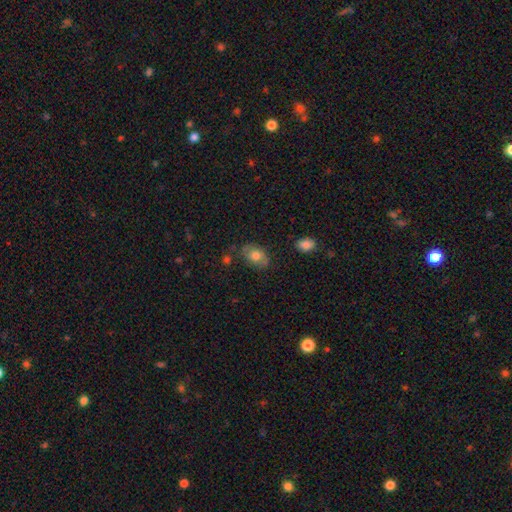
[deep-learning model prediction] A smooth galaxy with no disk features (68%) that is in between round and cigar-shaped (84%).

Vote fractions:
- Smooth or featured? smooth: 68% / featured or disk: 24% / star or artifact: 8%
- How rounded? in between: 84% / round: 15% / cigar-shaped: 1%
- Merging? none: 72% / minor disturbance: 20% / major disturbance: 5% / merger: 3%